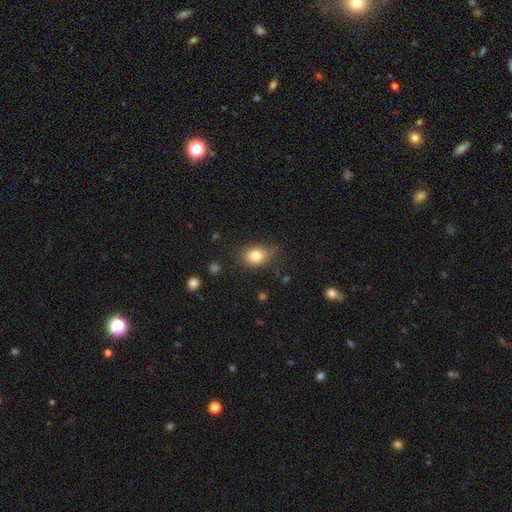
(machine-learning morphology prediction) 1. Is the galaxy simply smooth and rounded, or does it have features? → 81% smooth, 10% star or artifact, 9% featured or disk.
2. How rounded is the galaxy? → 67% in between, 31% round, 1% cigar-shaped.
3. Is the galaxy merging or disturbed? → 76% none, 18% minor disturbance, 4% major disturbance, 1% merger.